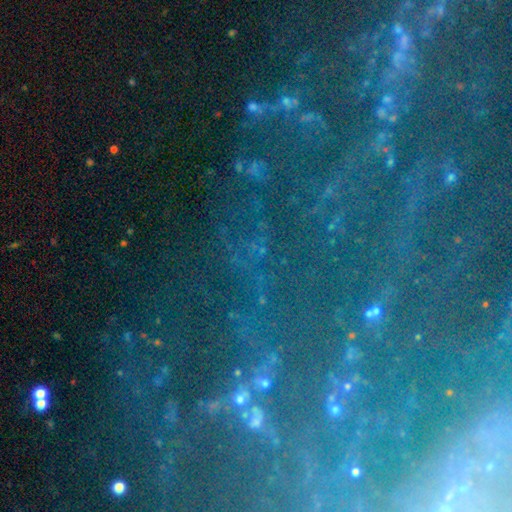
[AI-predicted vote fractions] smooth-or-featured: star or artifact: 71% | featured or disk: 19% | smooth: 10%